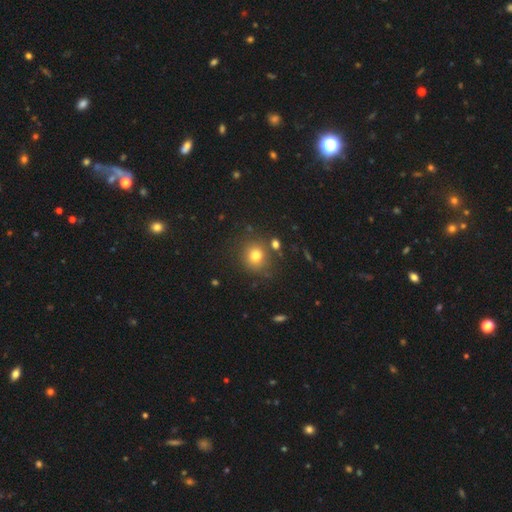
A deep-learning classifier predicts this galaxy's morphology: This is likely a smooth galaxy (77%). How rounded: clearly round (87%). Merging: likely none (80%).